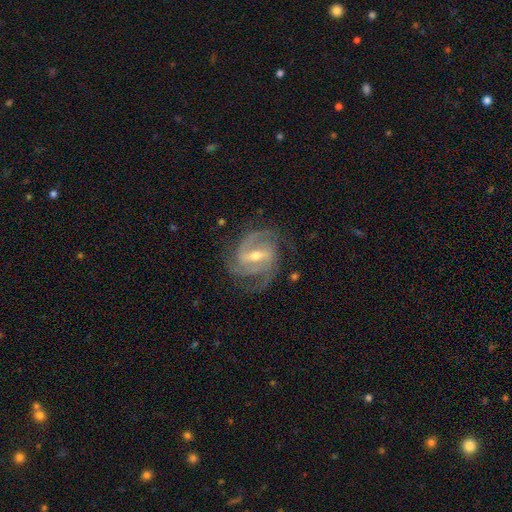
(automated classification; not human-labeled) Q: Smooth or featured?
A: featured or disk (92%); runner-up: star or artifact (4%)
Q: Edge-on disk?
A: no (97%); runner-up: yes (3%)
Q: Bar?
A: strong (56%); runner-up: weak (35%)
Q: Spiral arms?
A: yes (98%); runner-up: no (2%)
Q: Spiral winding?
A: medium (48%); runner-up: tight (43%)
Q: Spiral arm count?
A: 3 (40%); runner-up: 2 (39%)
Q: Bulge size?
A: moderate (56%); runner-up: small (39%)
Q: Merging?
A: none (76%); runner-up: minor disturbance (16%)